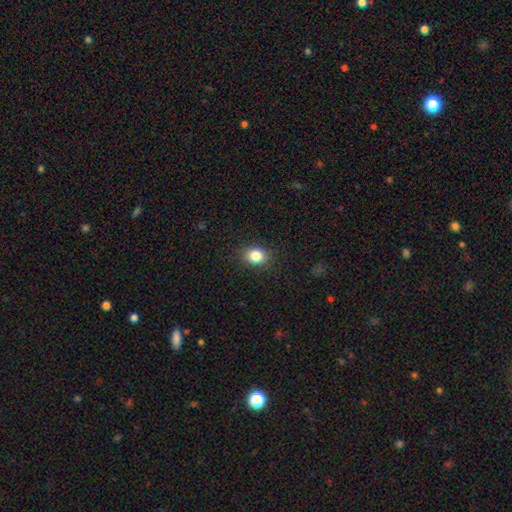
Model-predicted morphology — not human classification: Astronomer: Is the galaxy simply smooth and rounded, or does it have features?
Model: smooth — 84%.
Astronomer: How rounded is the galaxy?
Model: round — 52% (runner-up: in between, 47%).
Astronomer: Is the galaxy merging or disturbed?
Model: none — 88%.